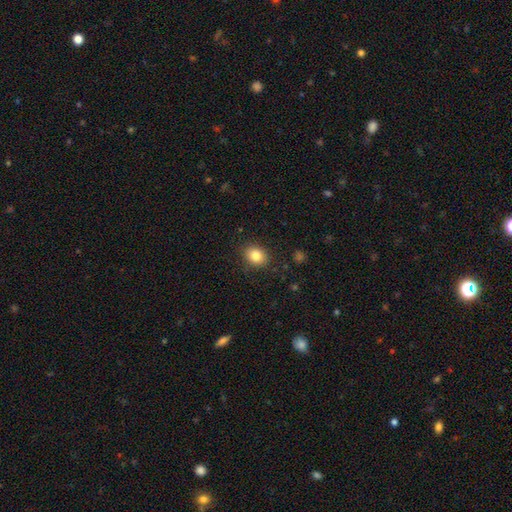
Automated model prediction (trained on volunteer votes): smooth-or-featured: smooth: 84% | star or artifact: 10% | featured or disk: 7%
  how-rounded: in between: 50% | round: 49% | cigar-shaped: 1%
  merging: none: 86% | minor disturbance: 10% | major disturbance: 3% | merger: 1%